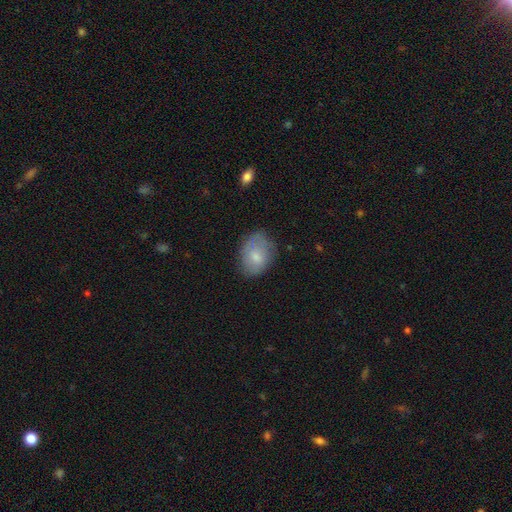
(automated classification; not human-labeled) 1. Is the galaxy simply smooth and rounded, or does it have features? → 71% smooth, 22% featured or disk, 7% star or artifact.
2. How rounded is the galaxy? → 74% in between, 25% round, 1% cigar-shaped.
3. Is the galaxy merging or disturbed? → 66% none, 26% minor disturbance, 7% major disturbance, 1% merger.